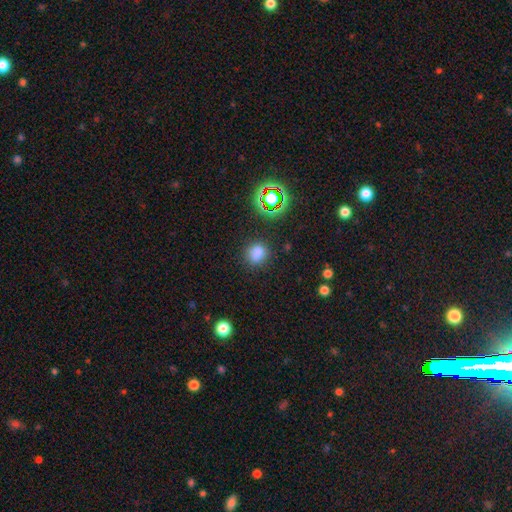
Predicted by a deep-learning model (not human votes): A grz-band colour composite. It shows a smooth galaxy with no disk features (75%) that is round (72%). Merging: none (83%).